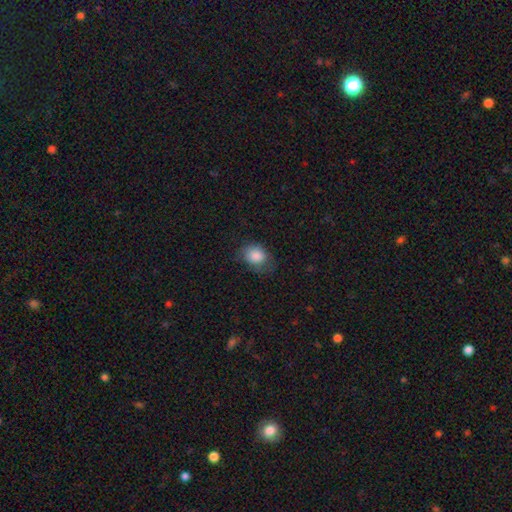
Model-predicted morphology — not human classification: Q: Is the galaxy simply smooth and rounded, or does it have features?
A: smooth — 85%.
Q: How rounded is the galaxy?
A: in between — 53%.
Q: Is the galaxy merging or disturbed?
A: none — 57%.